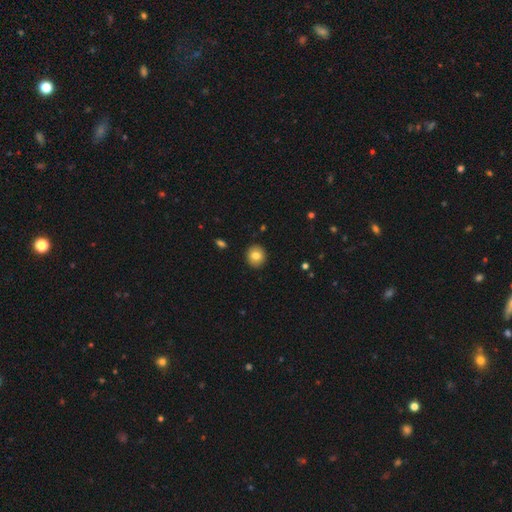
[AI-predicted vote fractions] smooth-or-featured: smooth: 81% | featured or disk: 10% | star or artifact: 9%
  how-rounded: round: 87% | in between: 13% | cigar-shaped: 1%
  merging: none: 91% | minor disturbance: 6% | major disturbance: 2% | merger: 1%